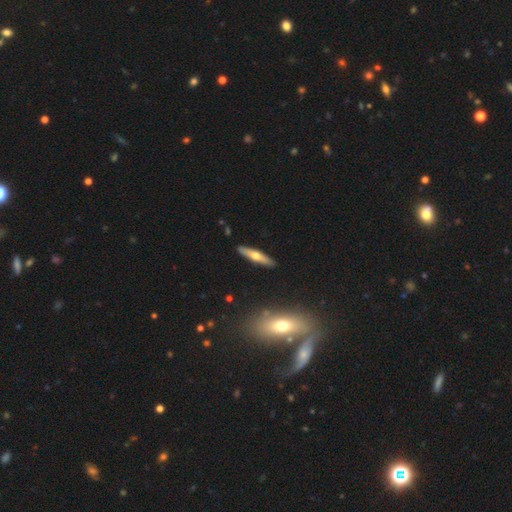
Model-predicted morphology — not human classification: A featured or disk galaxy (52%) viewed edge-on (91%).

Vote fractions:
- Smooth or featured? featured or disk: 52% / smooth: 42% / star or artifact: 6%
- Edge-on disk? yes: 91% / no: 9%
- Merging? none: 90% / minor disturbance: 7% / major disturbance: 1% / merger: 1%